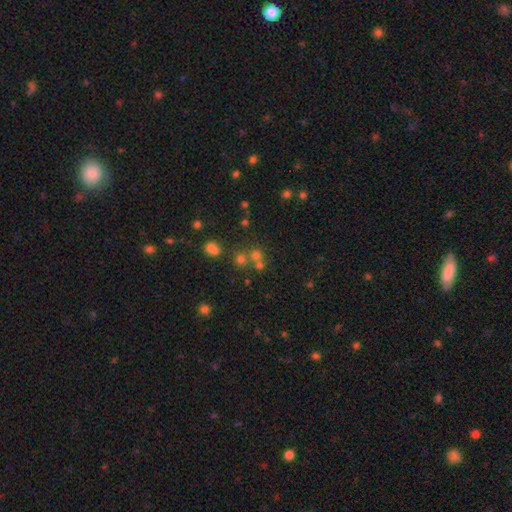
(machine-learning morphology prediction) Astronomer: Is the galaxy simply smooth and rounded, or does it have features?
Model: smooth — 56% (runner-up: star or artifact, 32%).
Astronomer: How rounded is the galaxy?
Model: round — 87%.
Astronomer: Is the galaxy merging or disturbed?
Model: none — 56% (runner-up: merger, 34%).